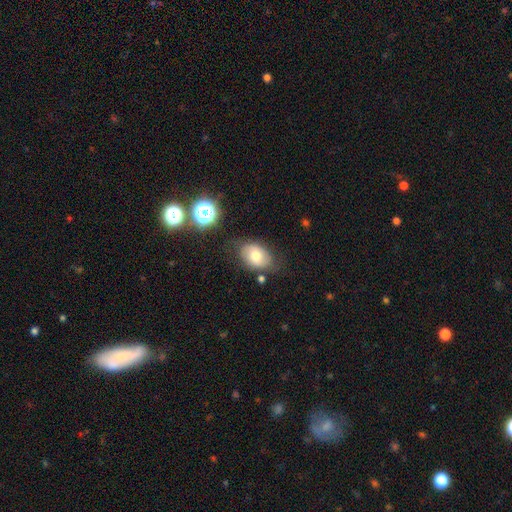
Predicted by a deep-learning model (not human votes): Smooth or featured?
  - smooth: 70% *
  - featured or disk: 20%
  - star or artifact: 10%
How rounded?
  - in between: 79% *
  - round: 19%
  - cigar-shaped: 1%
Merging?
  - none: 70% *
  - minor disturbance: 20%
  - major disturbance: 6%
  - merger: 4%